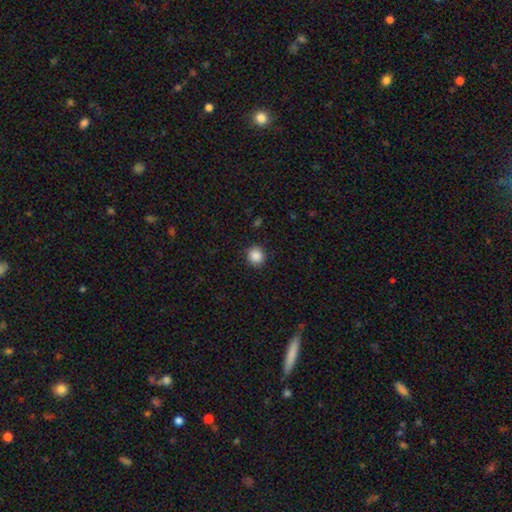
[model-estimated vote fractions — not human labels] The model was most divided on "smooth or featured": smooth: 88%, star or artifact: 9%, featured or disk: 3%. More confident: merging — none (91%); how rounded — round (91%).